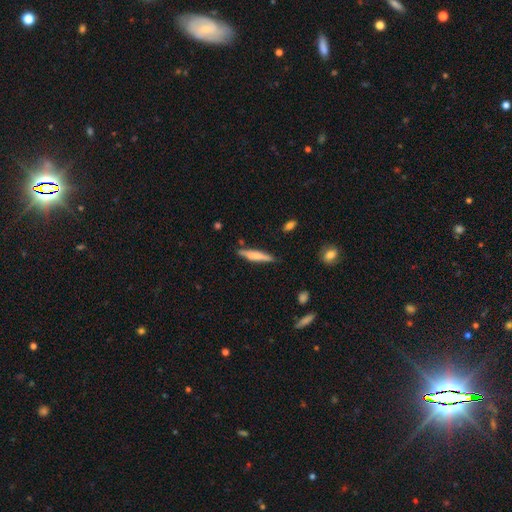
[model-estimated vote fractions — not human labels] Overall: smooth (62%; featured or disk 33%). How rounded: cigar-shaped (89%). Merging: none (82%).